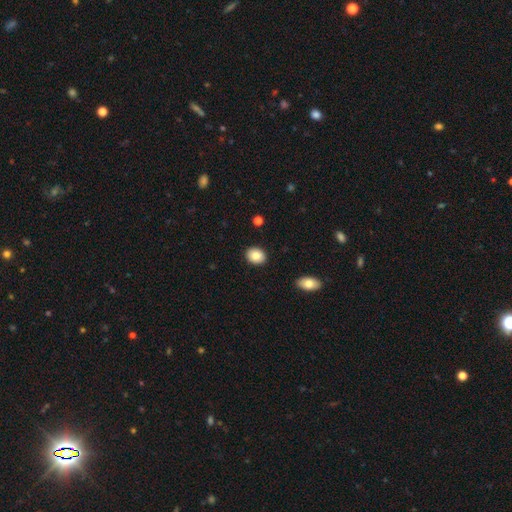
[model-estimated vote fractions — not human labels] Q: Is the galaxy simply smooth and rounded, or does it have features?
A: smooth — 84%.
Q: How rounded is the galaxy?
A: in between — 54%.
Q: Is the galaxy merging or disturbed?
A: none — 90%.